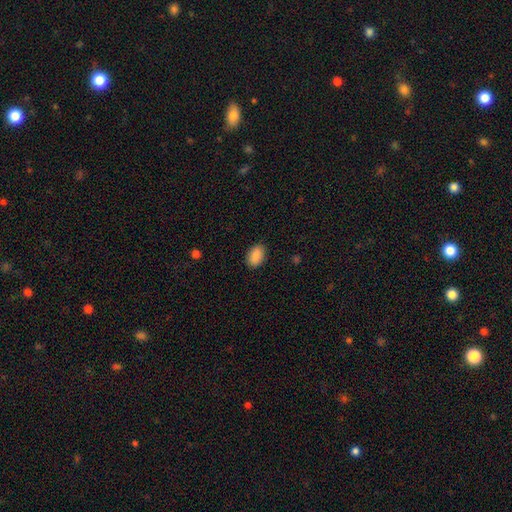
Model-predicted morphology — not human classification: smooth_or_featured: smooth (p=0.89) [alt: star or artifact p=0.07]
how_rounded: in between (p=0.87) [alt: round p=0.12]
merging: none (p=0.88) [alt: minor disturbance p=0.09]